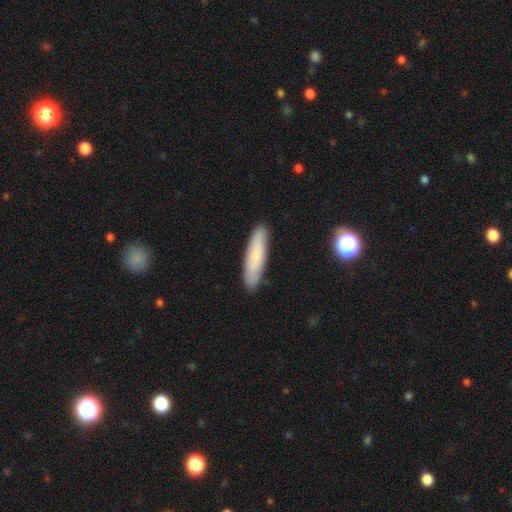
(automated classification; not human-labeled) smooth_or_featured: smooth (p=0.73) [alt: featured or disk p=0.20]
how_rounded: cigar-shaped (p=0.77) [alt: in between p=0.21]
merging: none (p=0.89) [alt: minor disturbance p=0.08]